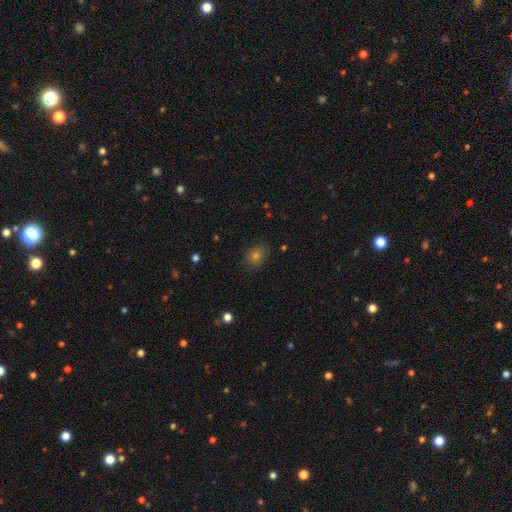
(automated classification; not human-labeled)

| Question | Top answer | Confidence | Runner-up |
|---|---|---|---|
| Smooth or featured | smooth | 69% | star or artifact (20%) |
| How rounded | round | 55% | in between (44%) |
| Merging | none | 83% | minor disturbance (13%) |